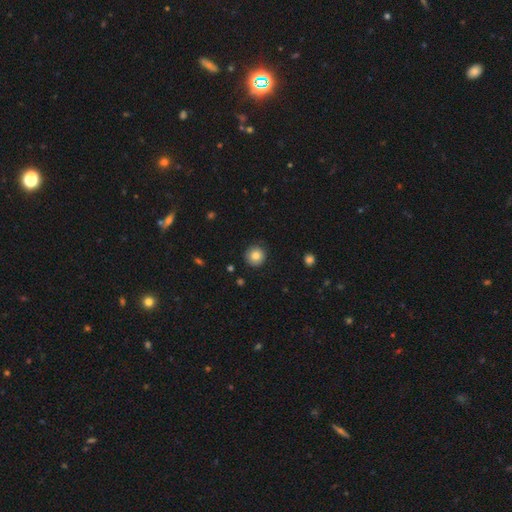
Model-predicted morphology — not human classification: type=smooth (82%); roundness=round (94%); merging=none (89%).